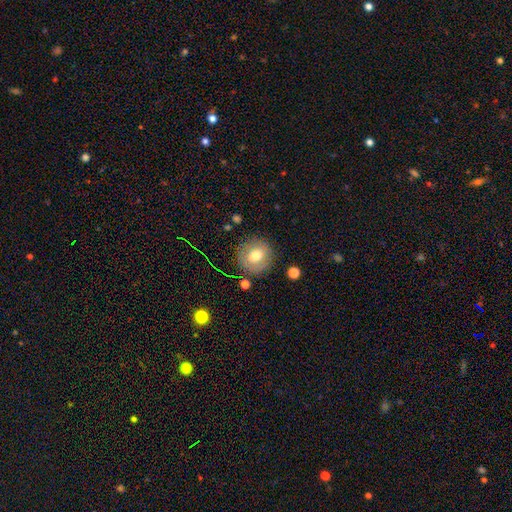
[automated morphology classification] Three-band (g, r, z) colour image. It shows a smooth galaxy with no disk features (69%) that is round (89%). Merging: none (84%).